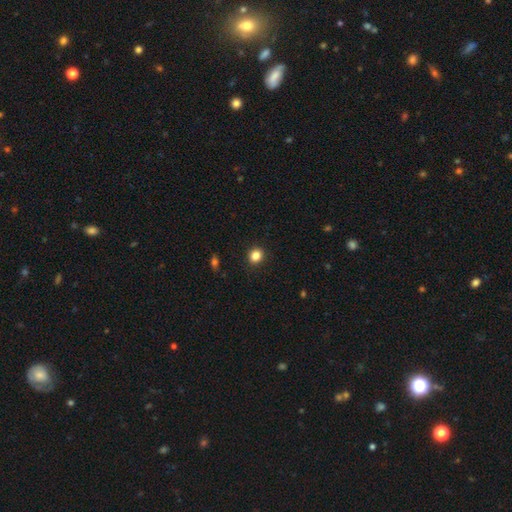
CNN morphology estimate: Smooth or featured? Predicted: smooth (p=0.84). How rounded? Predicted: round (p=0.83). Merging? Predicted: none (p=0.92).